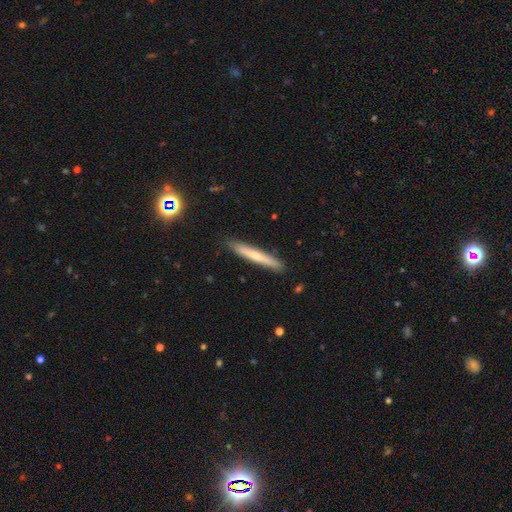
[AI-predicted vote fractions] Morphology: type=smooth (56%); roundness=cigar-shaped (95%); merging=none (89%).